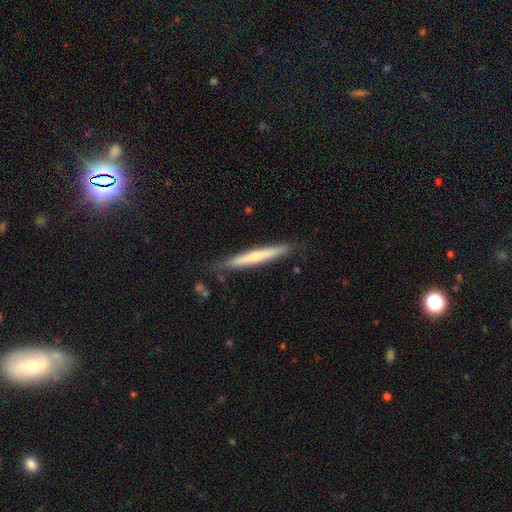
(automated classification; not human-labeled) Morphology: type=smooth (56%); roundness=cigar-shaped (95%); merging=none (84%).